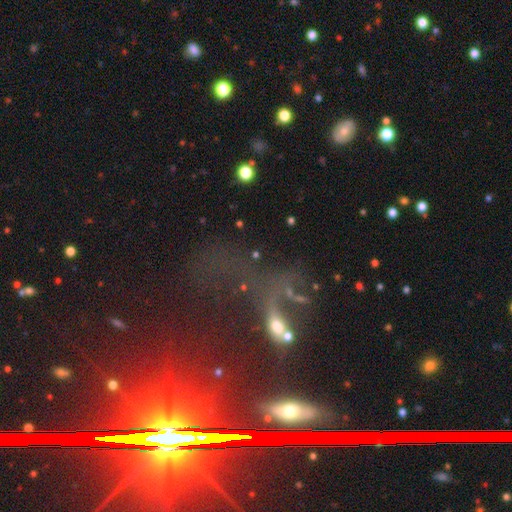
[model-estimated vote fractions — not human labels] Q: Smooth or featured?
A: featured or disk (38%); runner-up: smooth (34%)
Q: Merging?
A: merger (31%); runner-up: major disturbance (30%)